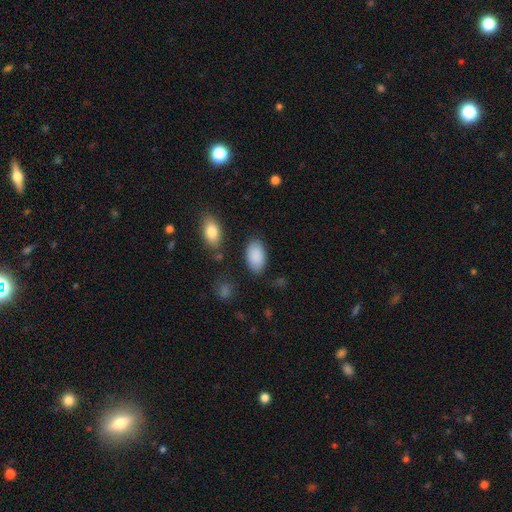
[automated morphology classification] A smooth galaxy with no disk features (89%) that is in between round and cigar-shaped (94%).

Vote fractions:
- Smooth or featured? smooth: 89% / star or artifact: 6% / featured or disk: 4%
- How rounded? in between: 94% / round: 4% / cigar-shaped: 1%
- Merging? none: 83% / minor disturbance: 12% / major disturbance: 3% / merger: 3%